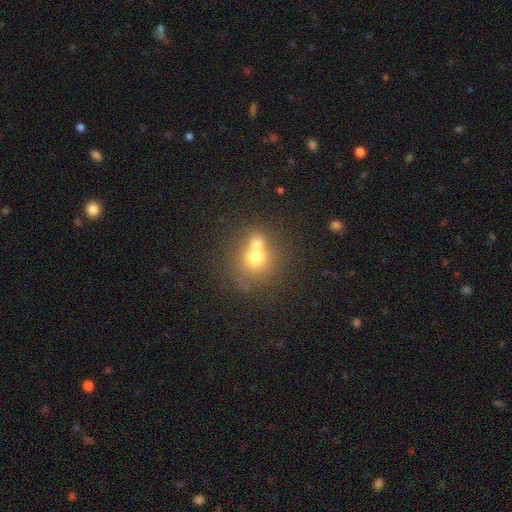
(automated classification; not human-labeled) Overall: smooth (67%). How rounded: round (82%). Merging: merger (54%; none 36%).